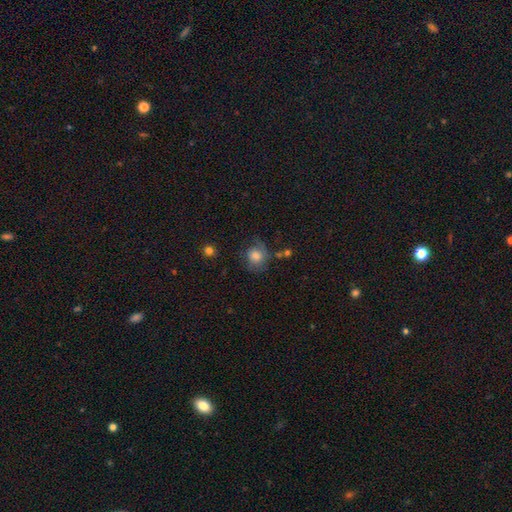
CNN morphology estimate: smooth 69%, featured or disk 21%, star or artifact 10%. Down the decision tree: how rounded — round (74%); merging — none (51%).